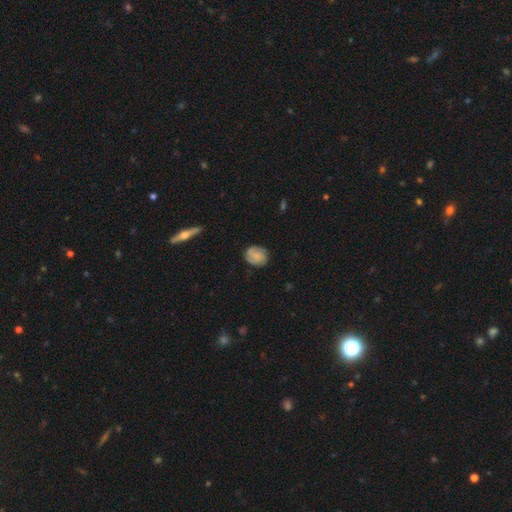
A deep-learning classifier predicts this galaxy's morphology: Overall: featured or disk (46%, tied with smooth). Merging: none (78%).